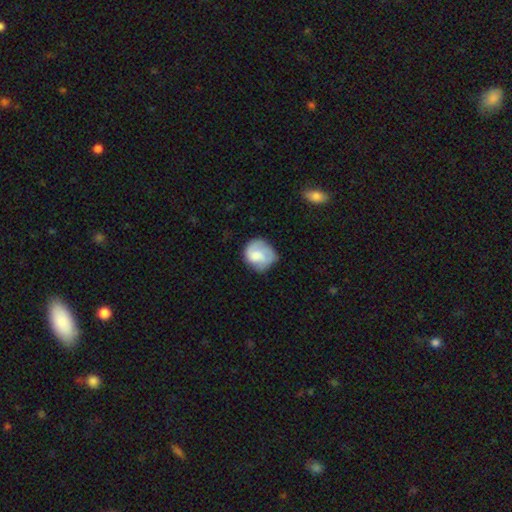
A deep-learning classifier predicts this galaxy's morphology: This is likely a smooth galaxy (63%). How rounded: likely round (77%). Merging: possibly none (56%).